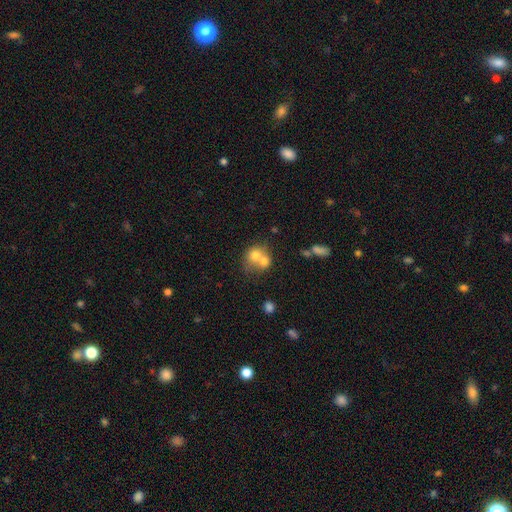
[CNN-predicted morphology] A smooth galaxy with no disk features (69%) that is round (72%).

Vote fractions:
- Smooth or featured? smooth: 69% / featured or disk: 20% / star or artifact: 10%
- How rounded? round: 72% / in between: 27% / cigar-shaped: 1%
- Merging? merger: 65% / none: 25% / minor disturbance: 7% / major disturbance: 4%